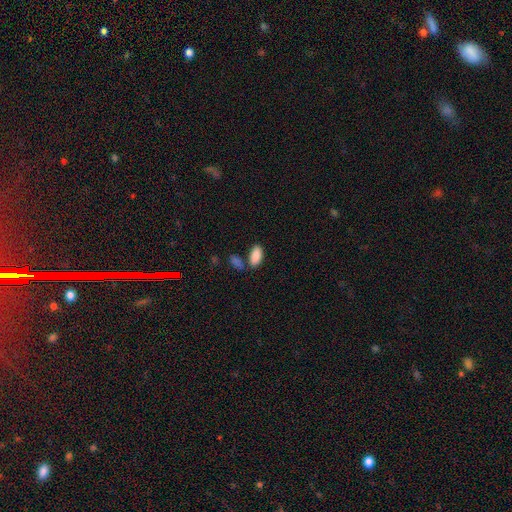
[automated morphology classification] Smooth or featured: smooth — 89% (star or artifact — 7%)
How rounded: in between — 91% (cigar-shaped — 7%)
Merging: none — 67% (merger — 16%)